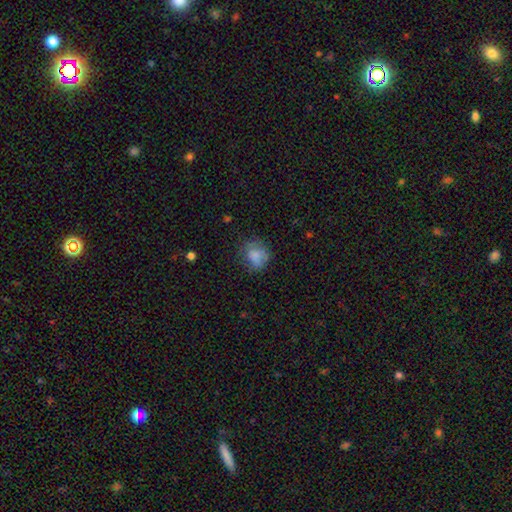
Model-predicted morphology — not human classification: Smooth or featured? Predicted: smooth (p=0.75). How rounded? Predicted: round (p=0.69). Merging? Predicted: none (p=0.59).